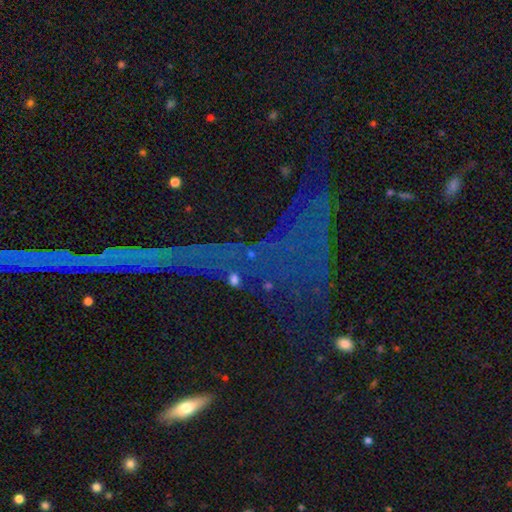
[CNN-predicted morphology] Smooth or featured? Predicted: star or artifact (p=0.63).